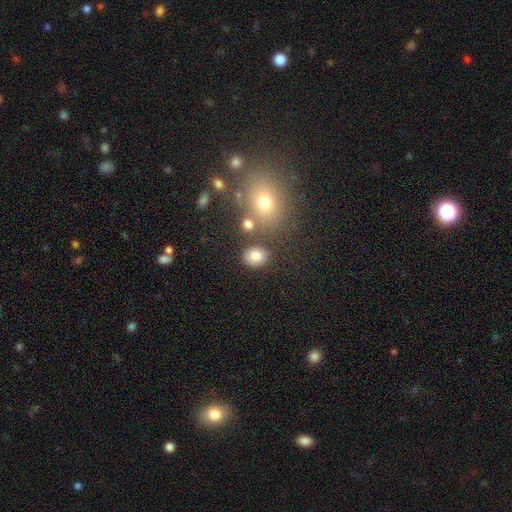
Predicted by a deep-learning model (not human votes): This appears to be a smooth galaxy with no disk features (79%) that is round (60%). Merging: none (80%).